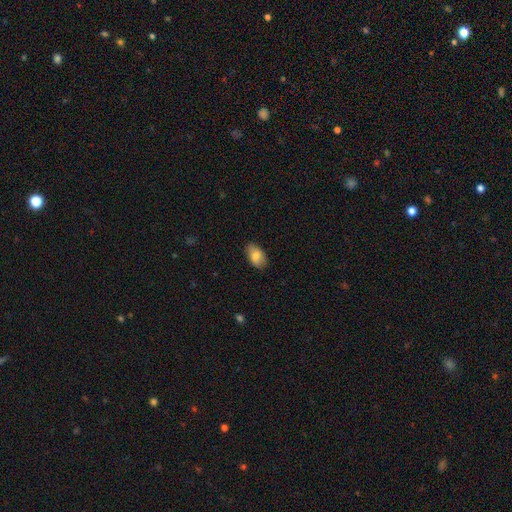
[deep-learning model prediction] Smooth or featured? smooth (79%)
How rounded? in between (92%)
Merging? none (83%)